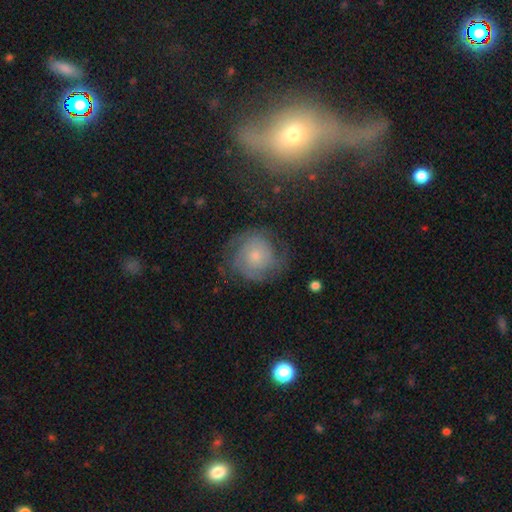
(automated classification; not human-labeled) Morphology: type=featured or disk (68%); edge-on=no (97%); bar=no (79%); spiral arms=yes (92%); winding=tight (56%); arm count=2 (44%); bulge=small (64%); merging=none (69%).